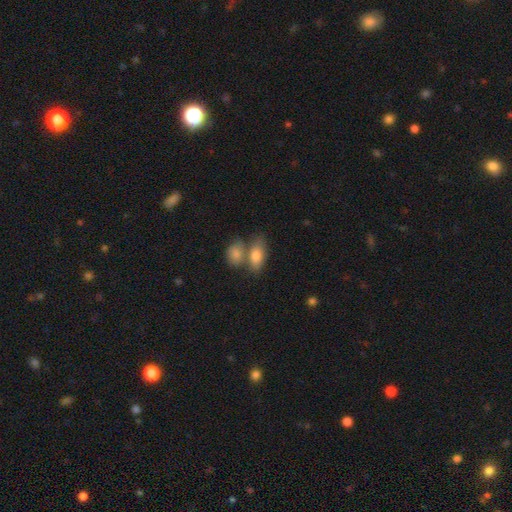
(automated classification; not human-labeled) smooth 80%, featured or disk 14%, star or artifact 7%. Down the decision tree: how rounded — in between (88%); merging — merger (45%).